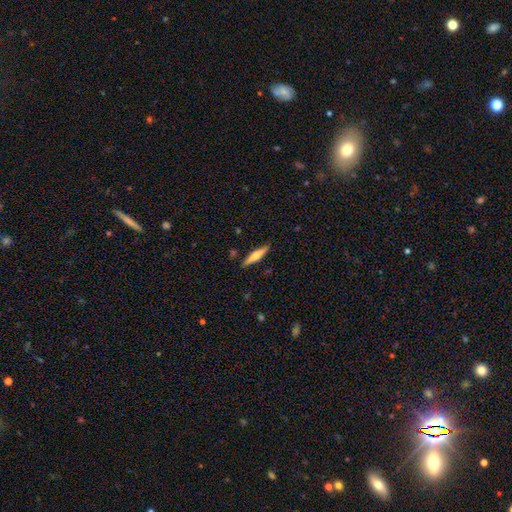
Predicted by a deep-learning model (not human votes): Overall: smooth (51%; featured or disk 44%). How rounded: cigar-shaped (84%). Merging: none (88%).